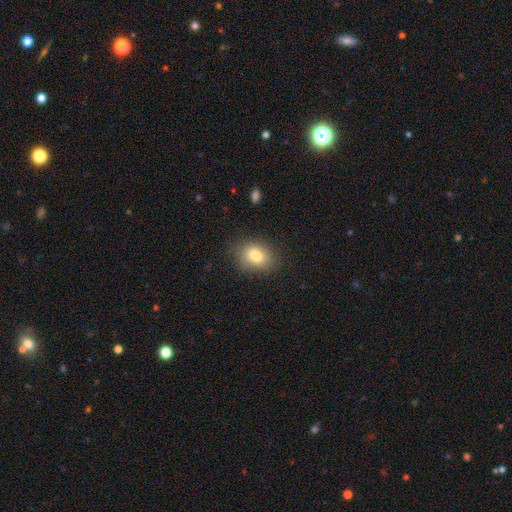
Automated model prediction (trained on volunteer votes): A smooth galaxy with no disk features (79%) that is in between round and cigar-shaped (64%).

Vote fractions:
- Smooth or featured? smooth: 79% / featured or disk: 10% / star or artifact: 10%
- How rounded? in between: 64% / round: 35% / cigar-shaped: 1%
- Merging? none: 80% / minor disturbance: 14% / major disturbance: 4% / merger: 1%